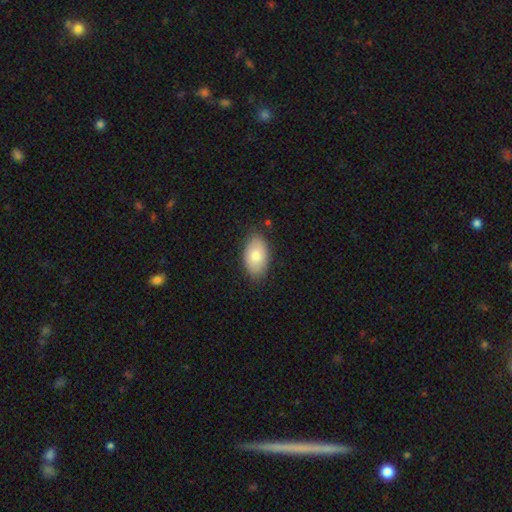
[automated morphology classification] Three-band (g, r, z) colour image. It shows a smooth galaxy with no disk features (77%) that is in between round and cigar-shaped (92%). Merging: none (83%).